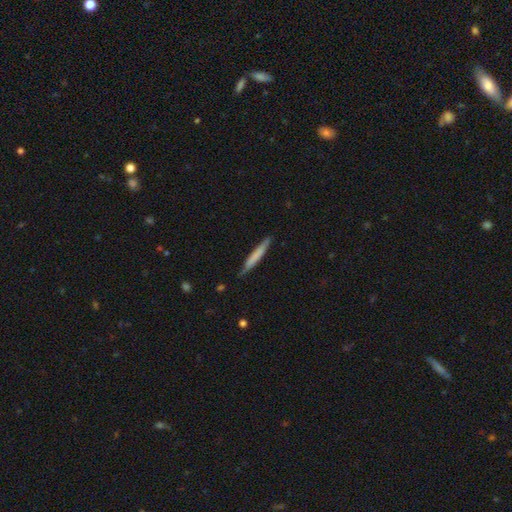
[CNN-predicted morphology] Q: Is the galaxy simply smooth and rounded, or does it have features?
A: smooth — 64%.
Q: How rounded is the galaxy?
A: cigar-shaped — 96%.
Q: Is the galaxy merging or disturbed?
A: none — 83%.